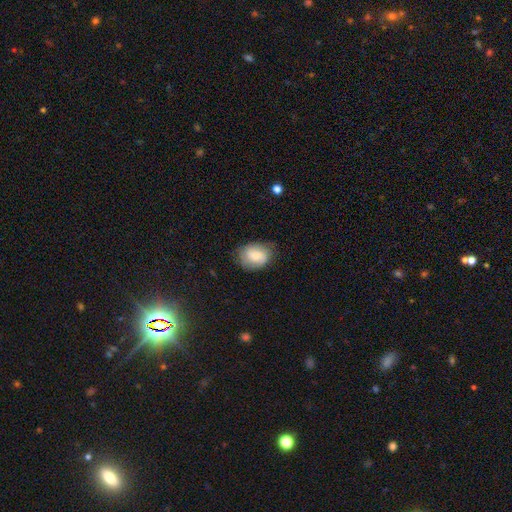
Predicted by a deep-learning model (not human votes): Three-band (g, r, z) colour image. It shows a smooth galaxy with no disk features (61%) that is in between round and cigar-shaped (62%). Merging: none (70%).